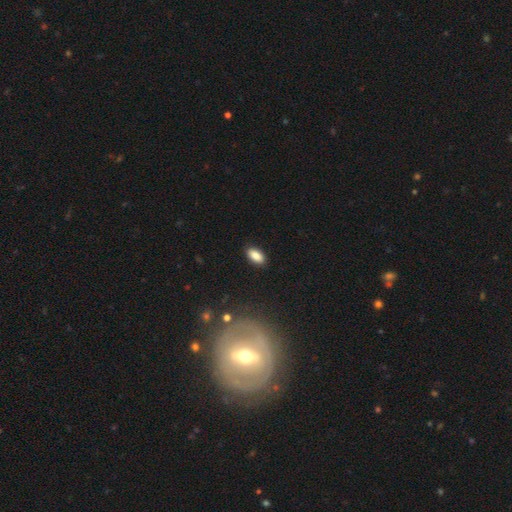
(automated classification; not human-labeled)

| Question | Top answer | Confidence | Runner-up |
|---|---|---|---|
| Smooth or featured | smooth | 87% | star or artifact (8%) |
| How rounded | in between | 91% | cigar-shaped (6%) |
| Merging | none | 89% | minor disturbance (8%) |